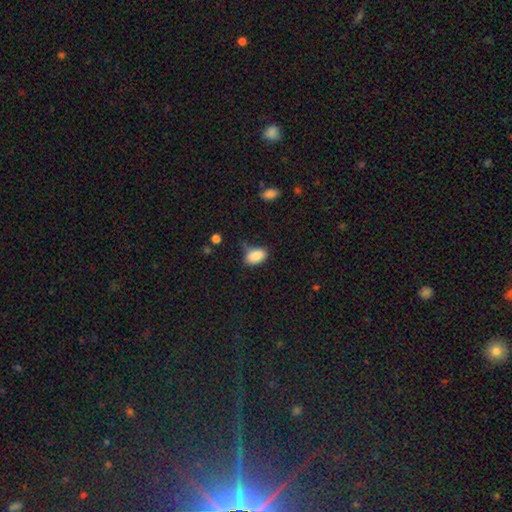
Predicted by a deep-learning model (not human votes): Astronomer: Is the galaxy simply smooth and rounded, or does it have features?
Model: smooth — 88%.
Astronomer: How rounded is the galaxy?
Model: in between — 90%.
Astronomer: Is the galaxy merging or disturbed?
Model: none — 70%.